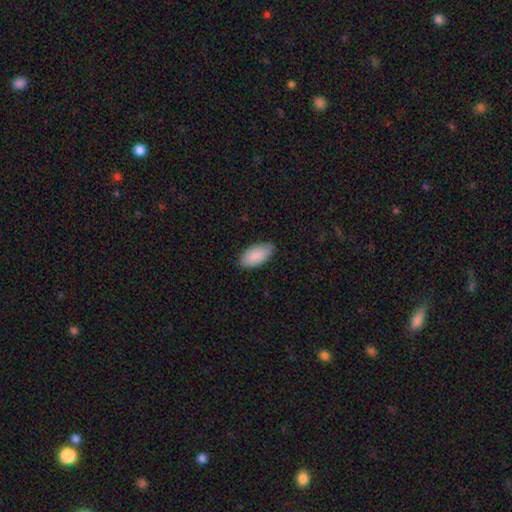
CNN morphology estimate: Smooth or featured? smooth (89%)
How rounded? in between (95%)
Merging? none (81%)